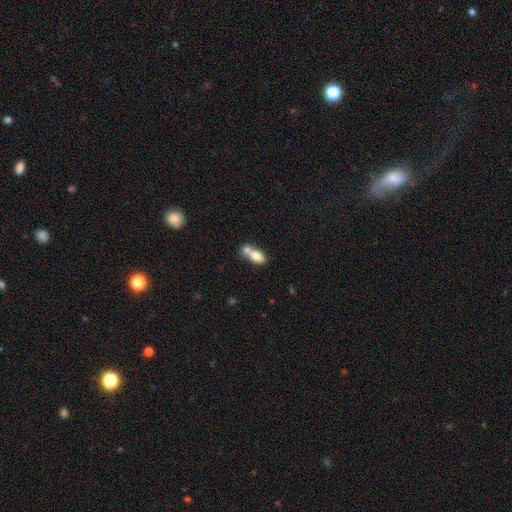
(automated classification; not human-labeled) The model was most divided on "merging": merger: 63%, none: 25%, minor disturbance: 8%, major disturbance: 4%. More confident: how rounded — in between (82%); smooth or featured — smooth (77%).